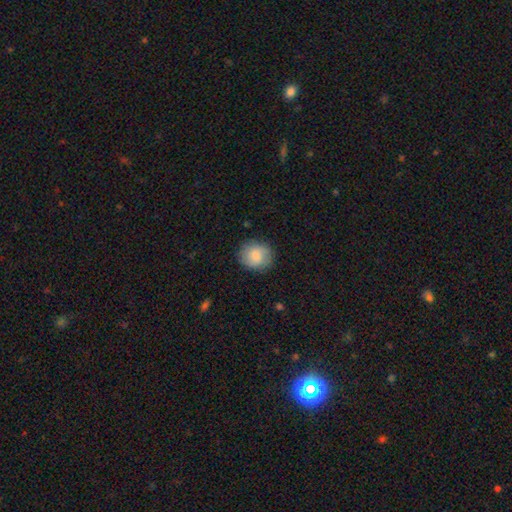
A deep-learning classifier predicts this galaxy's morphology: Q: Smooth or featured?
A: smooth (76%); runner-up: featured or disk (17%)
Q: How rounded?
A: round (80%); runner-up: in between (19%)
Q: Merging?
A: none (84%); runner-up: minor disturbance (12%)